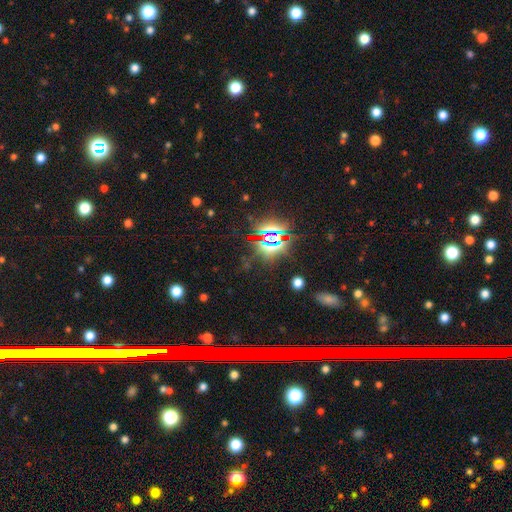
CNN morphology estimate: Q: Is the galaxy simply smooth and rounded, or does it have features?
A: star or artifact — 78%.